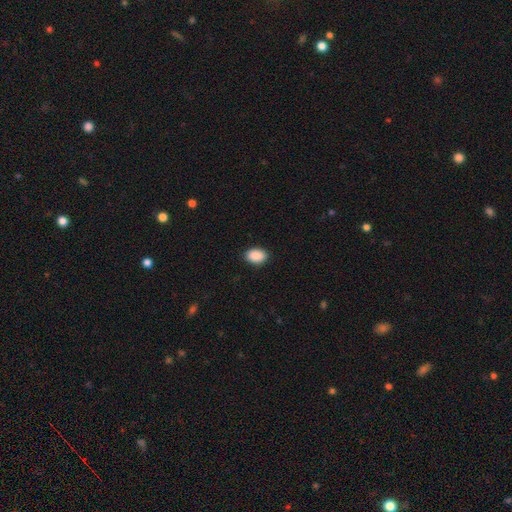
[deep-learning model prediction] The model was most divided on "how rounded": in between: 85%, round: 14%, cigar-shaped: 1%. More confident: smooth or featured — smooth (90%); merging — none (88%).